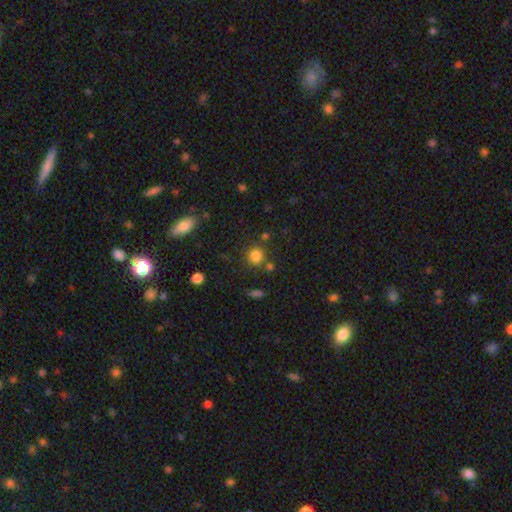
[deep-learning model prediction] Smooth or featured?
  - smooth: 81% *
  - star or artifact: 13%
  - featured or disk: 6%
How rounded?
  - round: 83% *
  - in between: 16%
  - cigar-shaped: 1%
Merging?
  - none: 74% *
  - minor disturbance: 11%
  - merger: 10%
  - major disturbance: 4%